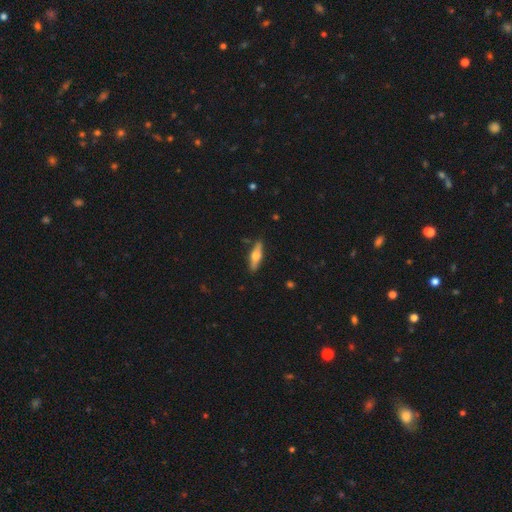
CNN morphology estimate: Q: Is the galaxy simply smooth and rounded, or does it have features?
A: featured or disk — 50%.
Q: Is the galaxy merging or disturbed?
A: none — 85%.